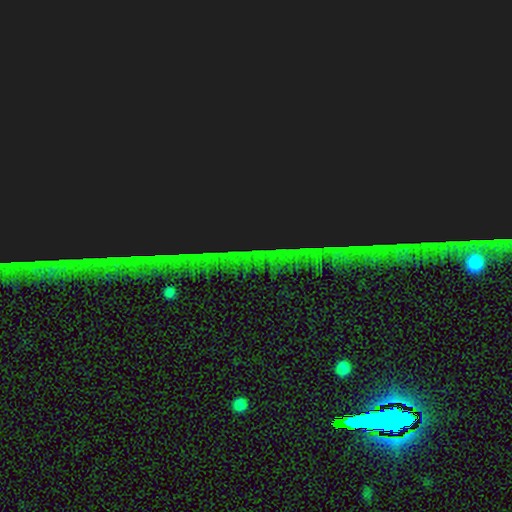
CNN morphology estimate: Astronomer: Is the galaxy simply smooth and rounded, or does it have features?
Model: star or artifact — 86%.